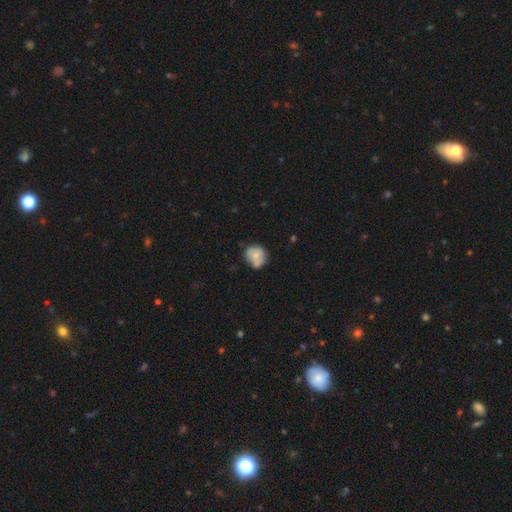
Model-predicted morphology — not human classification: Smooth or featured?
  - smooth: 62% *
  - featured or disk: 30%
  - star or artifact: 8%
How rounded?
  - round: 77% *
  - in between: 22%
  - cigar-shaped: 1%
Merging?
  - none: 57% *
  - minor disturbance: 28%
  - merger: 8%
  - major disturbance: 7%